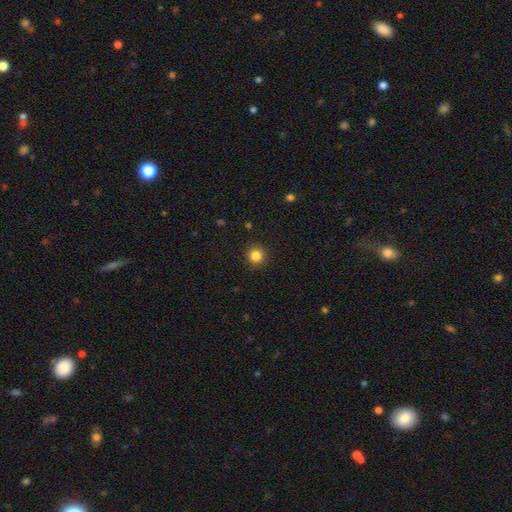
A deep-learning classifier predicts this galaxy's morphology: Overall: smooth (84%). How rounded: round (95%). Merging: none (91%).